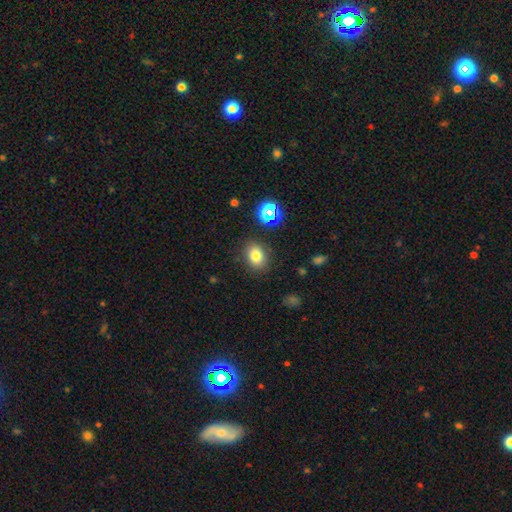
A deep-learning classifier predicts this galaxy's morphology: smooth_or_featured: smooth (p=0.77) [alt: star or artifact p=0.14]
how_rounded: in between (p=0.64) [alt: round p=0.35]
merging: none (p=0.84) [alt: minor disturbance p=0.10]